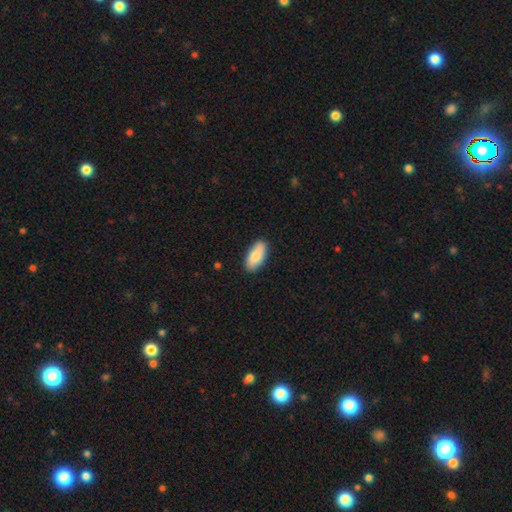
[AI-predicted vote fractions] smooth 80%, featured or disk 14%, star or artifact 6%. Down the decision tree: how rounded — in between (90%); merging — none (86%).